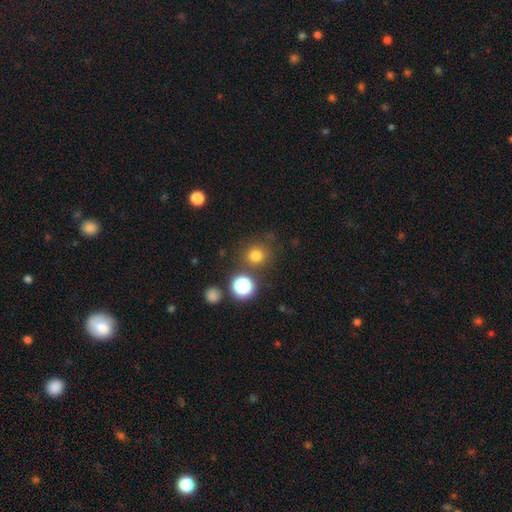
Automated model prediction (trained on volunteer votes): Smooth or featured? smooth (76%)
How rounded? round (90%)
Merging? none (81%)